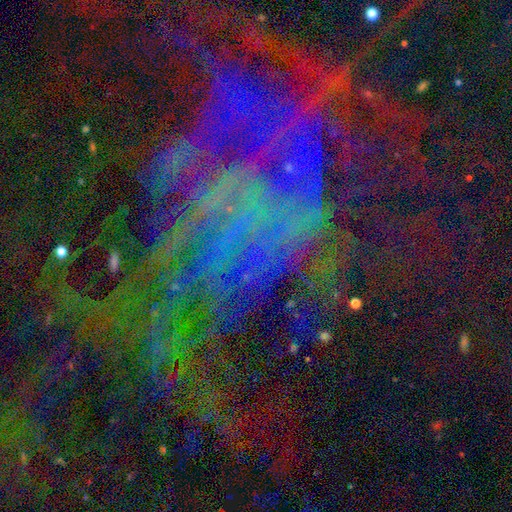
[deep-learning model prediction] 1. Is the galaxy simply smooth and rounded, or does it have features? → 58% star or artifact, 31% featured or disk, 11% smooth.